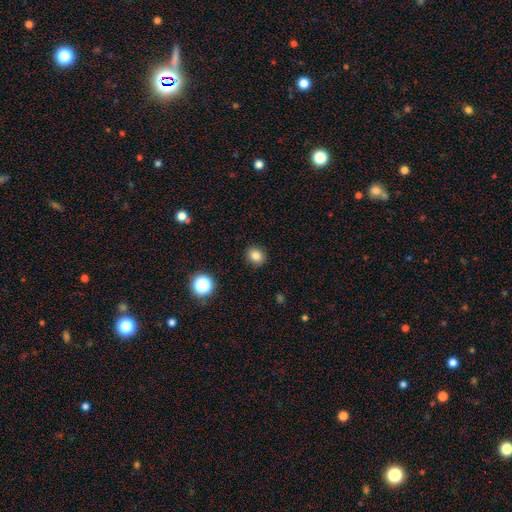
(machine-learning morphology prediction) smooth_or_featured: smooth (p=0.82) [alt: star or artifact p=0.12]
how_rounded: round (p=0.75) [alt: in between p=0.24]
merging: none (p=0.90) [alt: minor disturbance p=0.07]